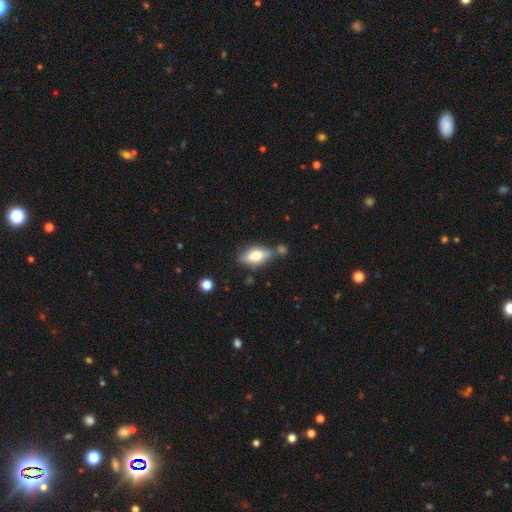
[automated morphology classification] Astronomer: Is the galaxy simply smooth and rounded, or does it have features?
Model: smooth — 63%.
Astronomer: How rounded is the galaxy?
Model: in between — 83%.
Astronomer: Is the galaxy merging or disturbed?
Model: none — 58%.